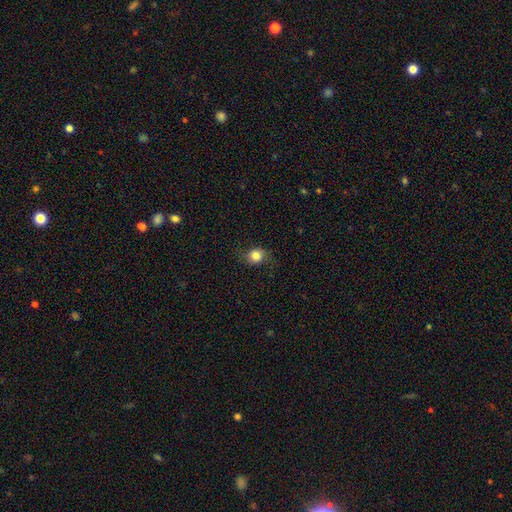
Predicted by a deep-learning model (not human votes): smooth_or_featured: smooth (p=0.80) [alt: star or artifact p=0.11]
how_rounded: round (p=0.70) [alt: in between p=0.28]
merging: none (p=0.77) [alt: minor disturbance p=0.16]